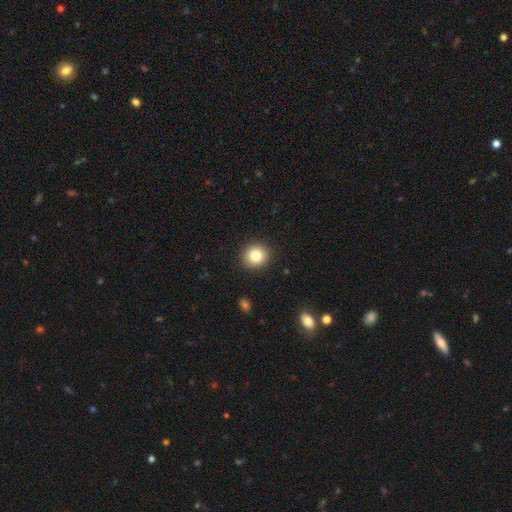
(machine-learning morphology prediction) The model was most divided on "smooth or featured": smooth: 81%, star or artifact: 10%, featured or disk: 8%. More confident: merging — none (91%); how rounded — round (89%).